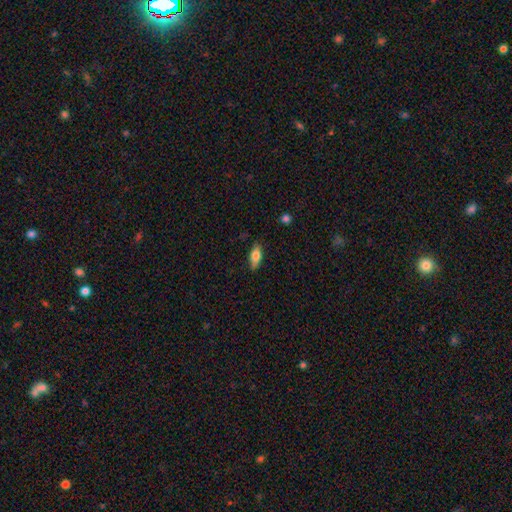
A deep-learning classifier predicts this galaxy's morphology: Q: Smooth or featured?
A: smooth (74%); runner-up: featured or disk (19%)
Q: How rounded?
A: in between (77%); runner-up: cigar-shaped (20%)
Q: Merging?
A: none (83%); runner-up: minor disturbance (14%)